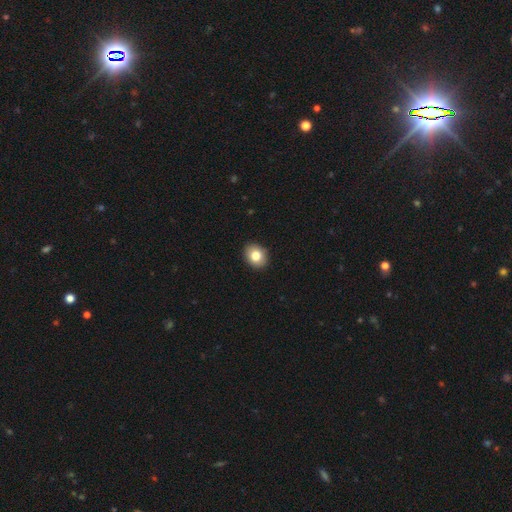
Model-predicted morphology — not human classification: A smooth galaxy with no disk features (81%) that is in between round and cigar-shaped (55%). Merging: none (90%).